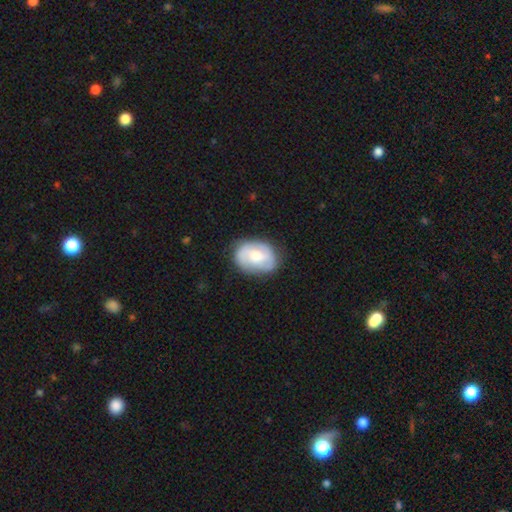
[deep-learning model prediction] Morphology: type=featured or disk (51%); edge-on=no (97%); merging=none (72%).